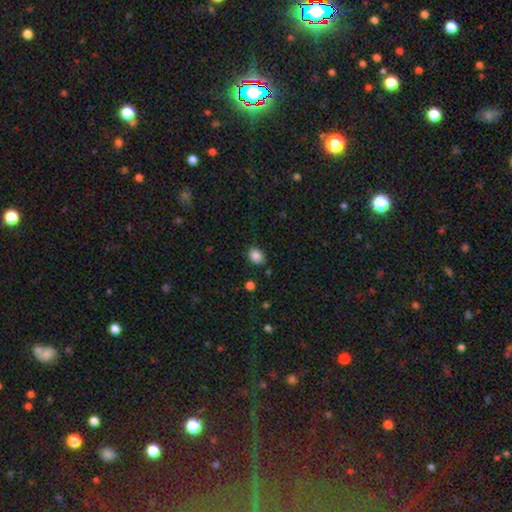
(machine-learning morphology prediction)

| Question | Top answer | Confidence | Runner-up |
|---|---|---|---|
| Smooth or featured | smooth | 86% | star or artifact (10%) |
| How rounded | in between | 60% | round (39%) |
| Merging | none | 82% | minor disturbance (13%) |